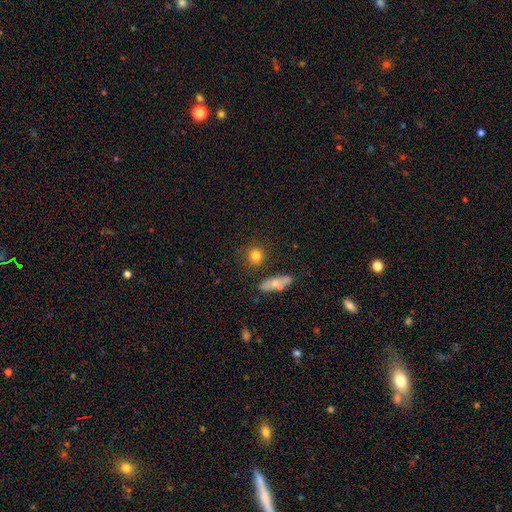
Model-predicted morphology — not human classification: smooth_or_featured: smooth (p=0.80) [alt: star or artifact p=0.11]
how_rounded: round (p=0.85) [alt: in between p=0.12]
merging: none (p=0.82) [alt: minor disturbance p=0.10]